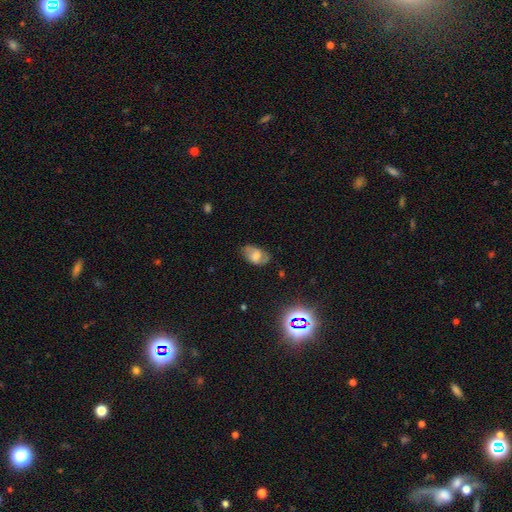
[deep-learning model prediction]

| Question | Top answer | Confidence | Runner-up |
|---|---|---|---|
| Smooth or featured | smooth | 59% | featured or disk (30%) |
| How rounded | in between | 89% | round (10%) |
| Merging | none | 66% | minor disturbance (25%) |